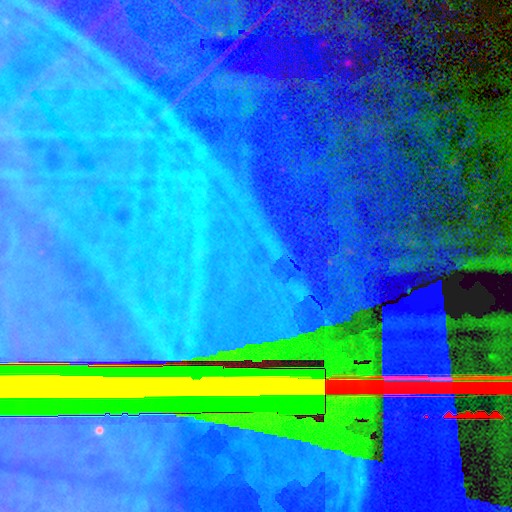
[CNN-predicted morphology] Q: Smooth or featured?
A: star or artifact (87%); runner-up: featured or disk (7%)